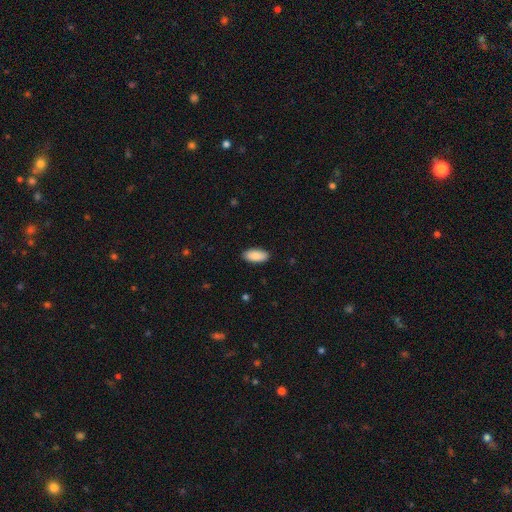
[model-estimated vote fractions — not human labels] smooth_or_featured: smooth (p=0.88) [alt: star or artifact p=0.06]
how_rounded: in between (p=0.91) [alt: cigar-shaped p=0.07]
merging: none (p=0.90) [alt: minor disturbance p=0.08]